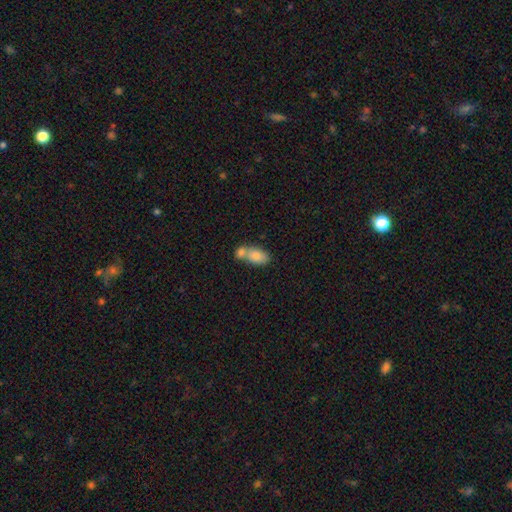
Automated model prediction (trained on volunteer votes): Morphology: type=smooth (79%); roundness=in between (89%); merging=merger (59%).